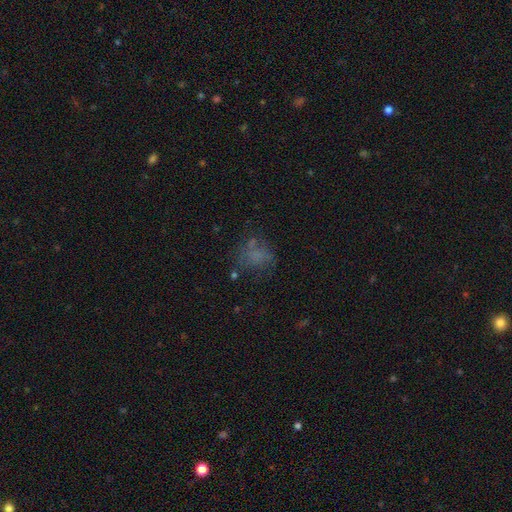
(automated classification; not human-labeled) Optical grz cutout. It shows a smooth galaxy with no disk features (52%) that is round (52%). Merging: none (51%).